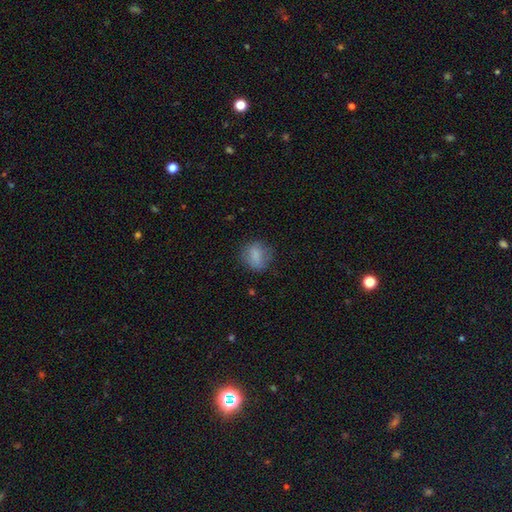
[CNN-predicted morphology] smooth 80%, featured or disk 10%, star or artifact 9%. Down the decision tree: how rounded — round (68%); merging — none (71%).